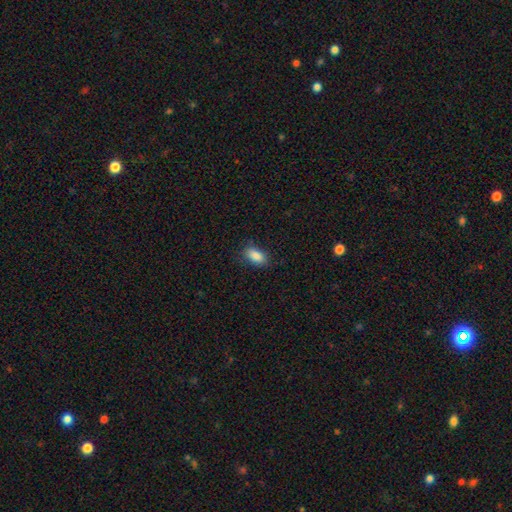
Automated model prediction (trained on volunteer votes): Smooth or featured: smooth — 88% (star or artifact — 8%)
How rounded: in between — 90% (cigar-shaped — 5%)
Merging: none — 81% (minor disturbance — 14%)